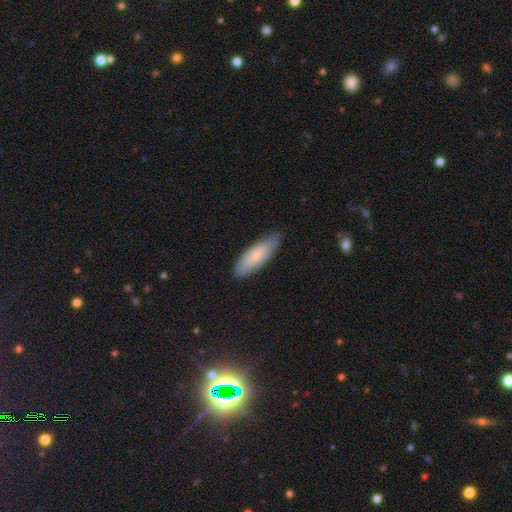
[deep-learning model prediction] This is likely a smooth galaxy (70%). How rounded: possibly in between (58%). Merging: clearly none (81%).